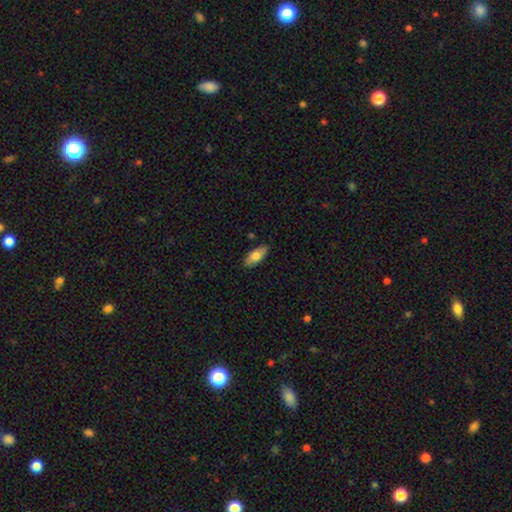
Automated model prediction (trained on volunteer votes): Smooth or featured?
  - smooth: 76% *
  - featured or disk: 18%
  - star or artifact: 6%
How rounded?
  - in between: 83% *
  - cigar-shaped: 15%
  - round: 2%
Merging?
  - none: 86% *
  - minor disturbance: 11%
  - major disturbance: 2%
  - merger: 1%